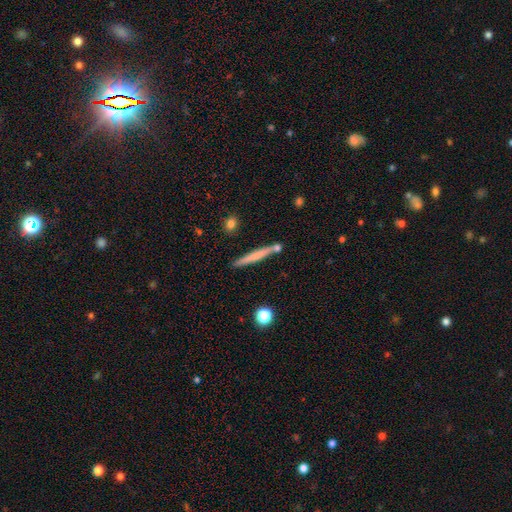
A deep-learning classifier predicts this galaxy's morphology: Smooth or featured? Predicted: smooth (p=0.57). How rounded? Predicted: cigar-shaped (p=0.96). Merging? Predicted: none (p=0.82).